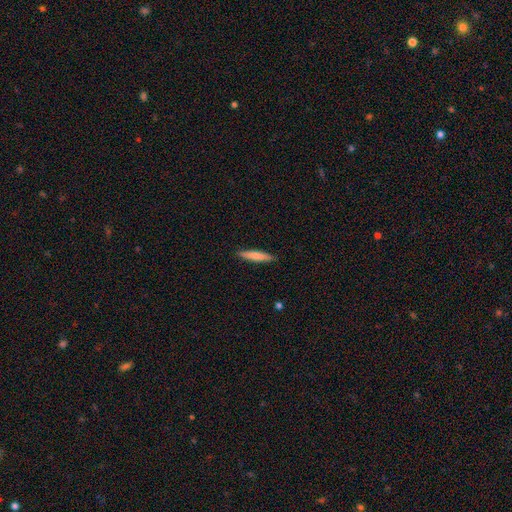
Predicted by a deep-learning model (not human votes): Overall: smooth (76%). How rounded: cigar-shaped (89%). Merging: none (90%).